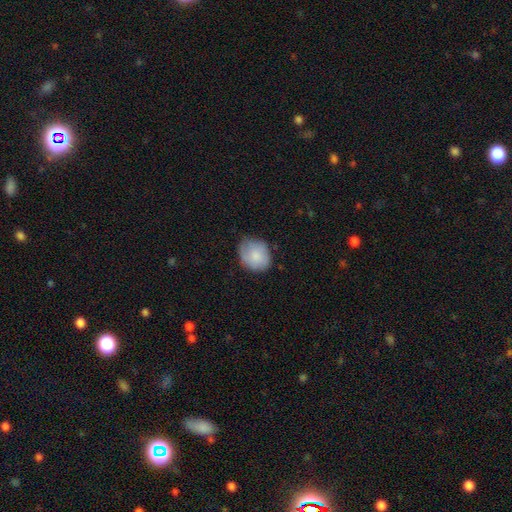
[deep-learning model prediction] Q: Smooth or featured?
A: smooth (78%); runner-up: featured or disk (16%)
Q: How rounded?
A: round (60%); runner-up: in between (39%)
Q: Merging?
A: none (66%); runner-up: minor disturbance (27%)